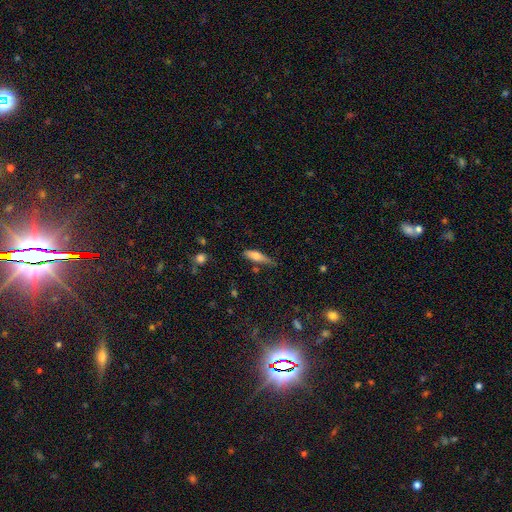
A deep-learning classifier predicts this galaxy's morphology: Q: Smooth or featured?
A: smooth (68%); runner-up: featured or disk (25%)
Q: How rounded?
A: cigar-shaped (60%); runner-up: in between (38%)
Q: Merging?
A: none (55%); runner-up: minor disturbance (32%)